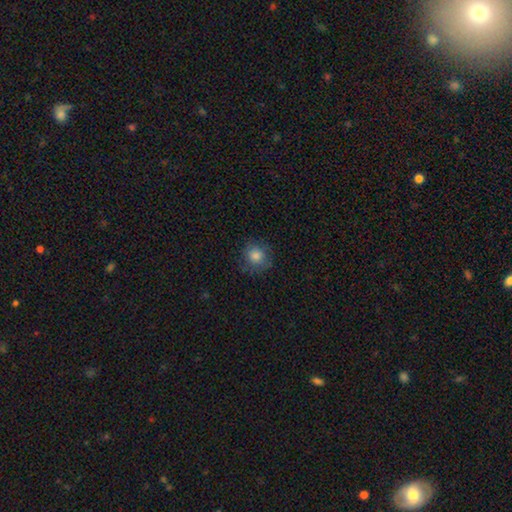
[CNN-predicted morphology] smooth_or_featured: smooth (p=0.81) [alt: star or artifact p=0.11]
how_rounded: round (p=0.89) [alt: in between p=0.10]
merging: none (p=0.81) [alt: minor disturbance p=0.13]